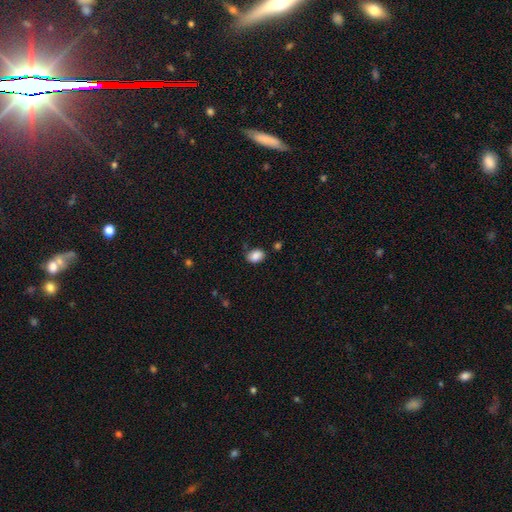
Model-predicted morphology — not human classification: smooth-or-featured: smooth: 87% | star or artifact: 8% | featured or disk: 5%
  how-rounded: in between: 78% | round: 21% | cigar-shaped: 1%
  merging: none: 76% | minor disturbance: 16% | merger: 4% | major disturbance: 4%